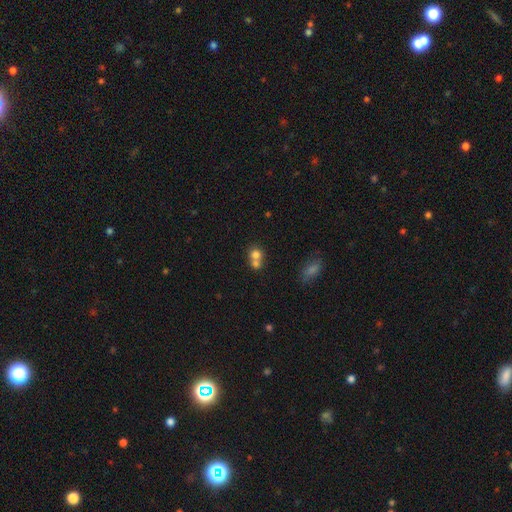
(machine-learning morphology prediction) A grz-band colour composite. It shows a smooth galaxy with no disk features (74%) that is round (77%). Merging: merger (59%).